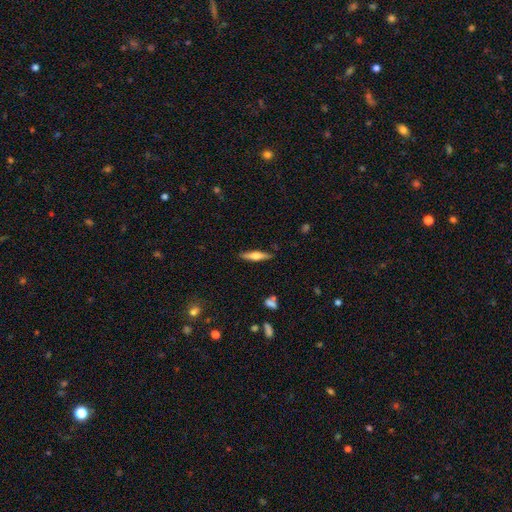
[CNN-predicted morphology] type=featured or disk (50%); merging=none (89%).